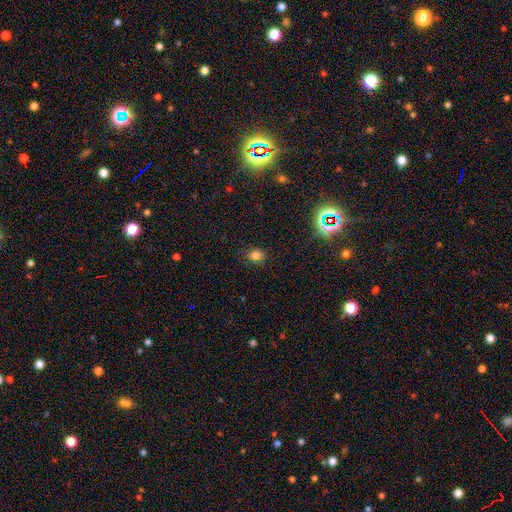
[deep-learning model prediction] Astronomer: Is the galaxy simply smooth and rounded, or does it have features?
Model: smooth — 75%.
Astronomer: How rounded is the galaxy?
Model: round — 53% (runner-up: in between, 45%).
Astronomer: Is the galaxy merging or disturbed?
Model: none — 80%.